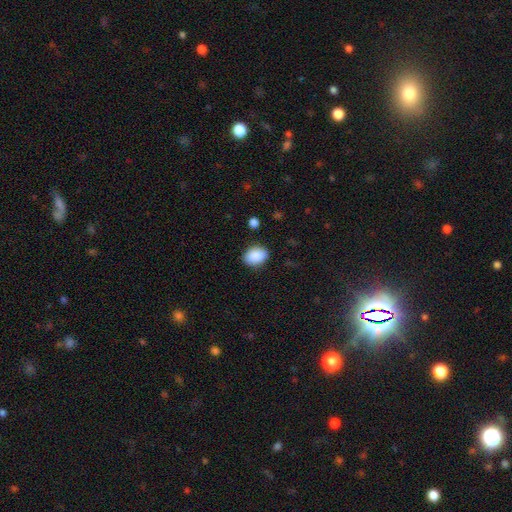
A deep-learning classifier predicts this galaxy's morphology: Smooth or featured: smooth — 89% (star or artifact — 7%)
How rounded: in between — 71% (round — 28%)
Merging: none — 87% (minor disturbance — 9%)